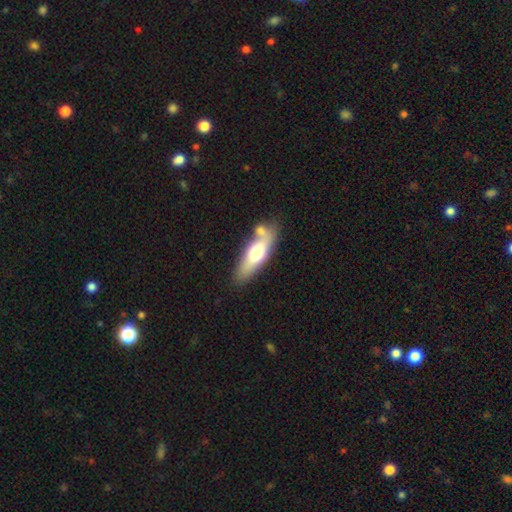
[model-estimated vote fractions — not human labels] Morphology: type=smooth (53%); roundness=cigar-shaped (51%); merging=none (64%).